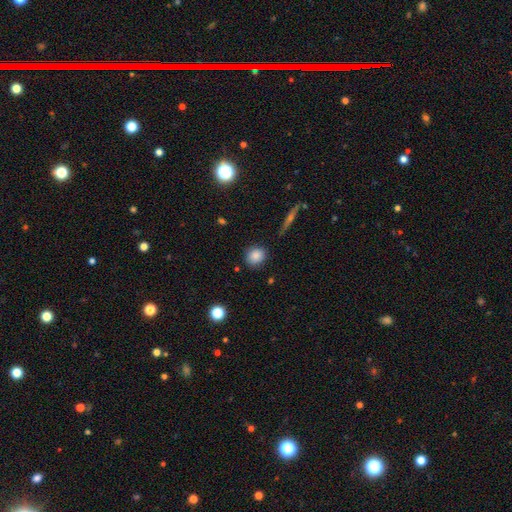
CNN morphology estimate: A smooth galaxy with no disk features (85%) that is round (77%). Merging: none (86%).